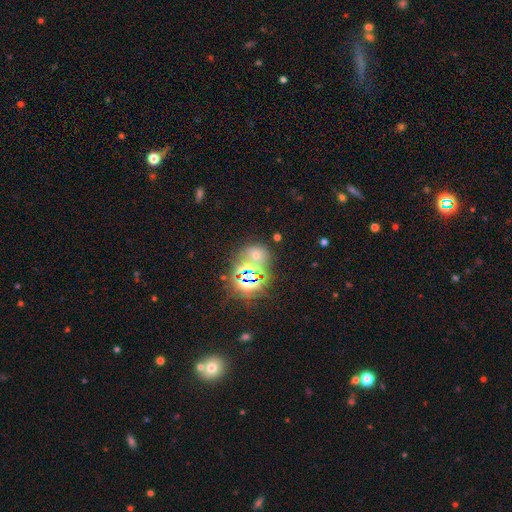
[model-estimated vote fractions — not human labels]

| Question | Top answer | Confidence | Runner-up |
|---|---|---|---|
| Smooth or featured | star or artifact | 63% | smooth (27%) |